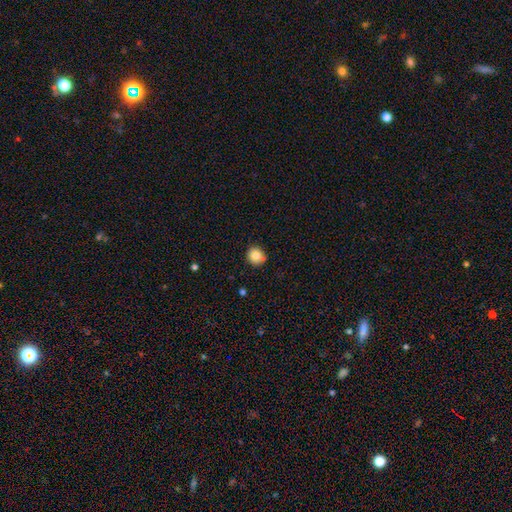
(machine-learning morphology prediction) Overall: smooth (83%). How rounded: round (88%). Merging: none (78%).